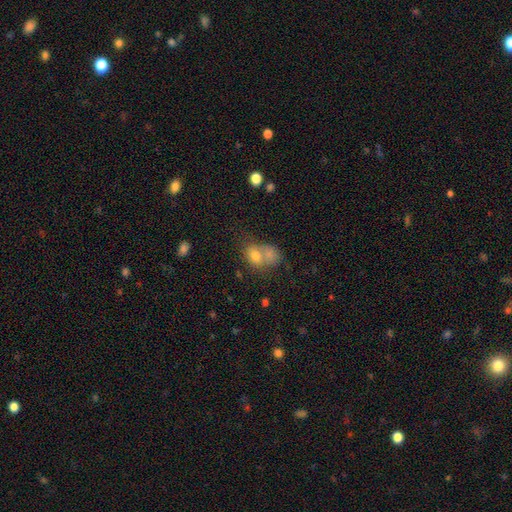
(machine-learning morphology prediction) Smooth or featured?
  - smooth: 74% *
  - featured or disk: 15%
  - star or artifact: 11%
How rounded?
  - in between: 60% *
  - round: 39%
  - cigar-shaped: 1%
Merging?
  - merger: 61% *
  - none: 24%
  - minor disturbance: 9%
  - major disturbance: 6%